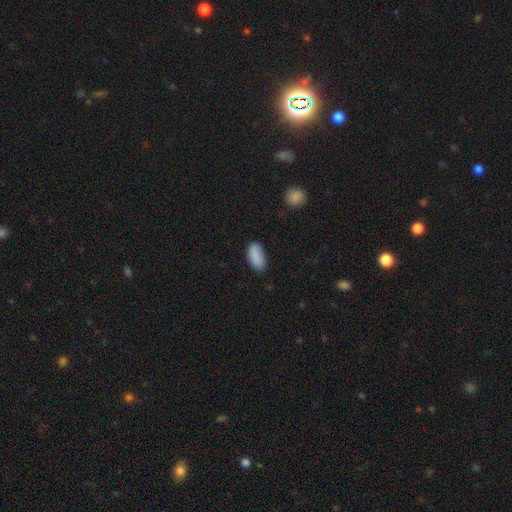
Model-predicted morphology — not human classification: smooth 88%, star or artifact 8%, featured or disk 4%. Down the decision tree: how rounded — in between (92%); merging — none (77%).